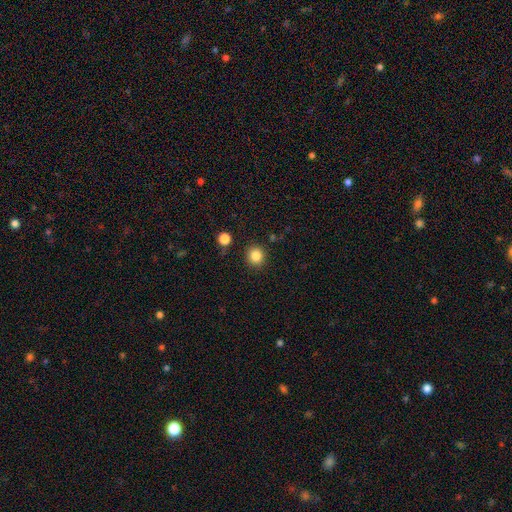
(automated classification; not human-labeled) Q: Smooth or featured?
A: smooth (85%); runner-up: star or artifact (11%)
Q: How rounded?
A: round (91%); runner-up: in between (8%)
Q: Merging?
A: none (89%); runner-up: minor disturbance (6%)